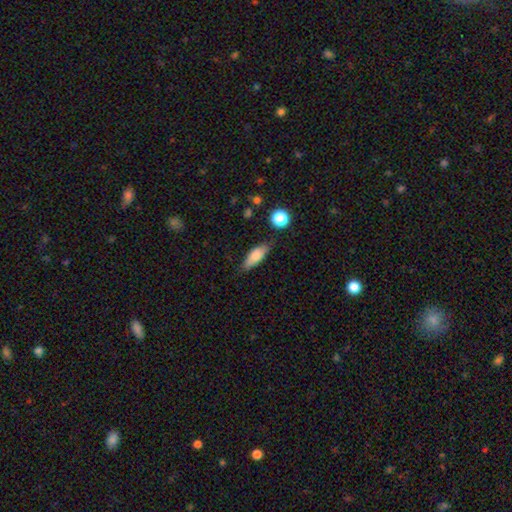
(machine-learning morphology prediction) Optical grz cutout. It shows a smooth galaxy with no disk features (77%) that is in between round and cigar-shaped (66%). Merging: none (74%).